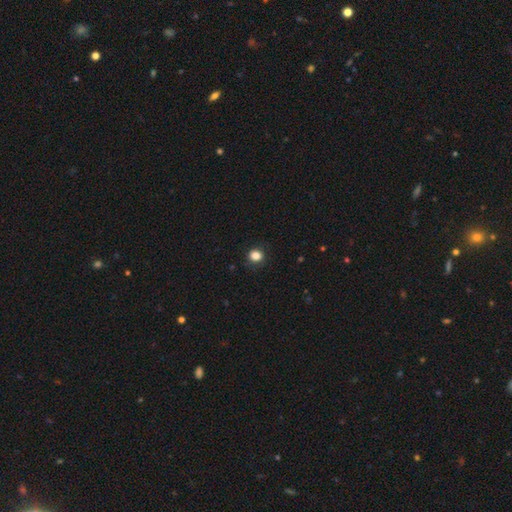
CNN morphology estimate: A smooth galaxy with no disk features (85%) that is round (75%). Merging: none (87%).